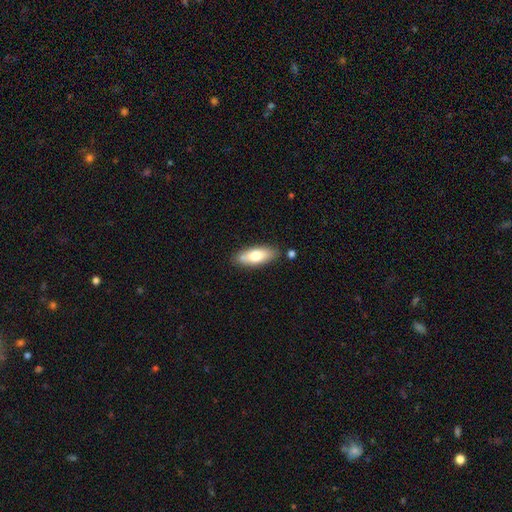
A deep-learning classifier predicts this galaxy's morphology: Smooth or featured: smooth — 71% (featured or disk — 23%)
How rounded: in between — 74% (cigar-shaped — 24%)
Merging: none — 78% (minor disturbance — 14%)